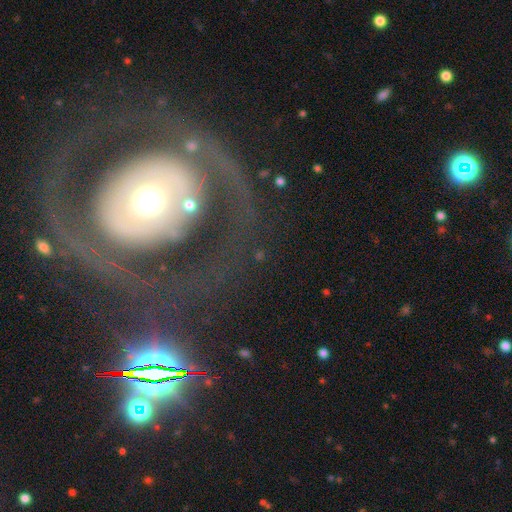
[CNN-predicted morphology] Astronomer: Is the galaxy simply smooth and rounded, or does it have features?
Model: featured or disk — 61%.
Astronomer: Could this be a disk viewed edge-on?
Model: no — 95%.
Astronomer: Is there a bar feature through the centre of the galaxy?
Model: no — 74%.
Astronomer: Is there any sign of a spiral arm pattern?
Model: no — 57% (runner-up: yes, 43%).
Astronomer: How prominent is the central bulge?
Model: moderate — 62%.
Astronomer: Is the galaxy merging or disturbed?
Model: none — 65%.